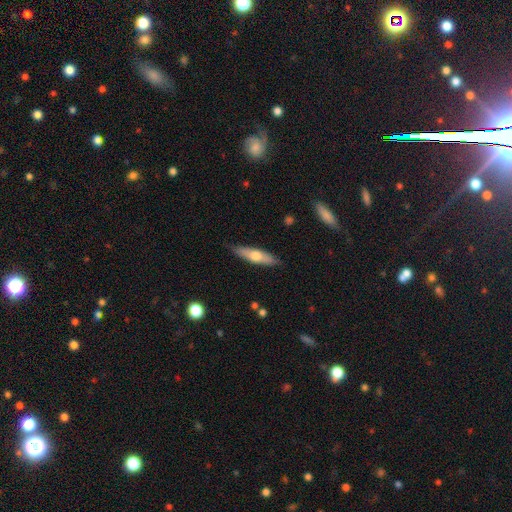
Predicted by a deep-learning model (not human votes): A smooth galaxy with no disk features (58%) that is cigar-shaped (64%). Merging: none (83%).